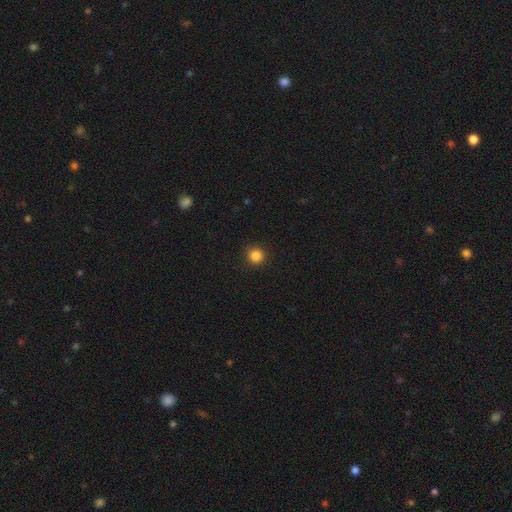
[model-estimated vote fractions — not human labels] Morphology: type=smooth (85%); roundness=round (94%); merging=none (91%).